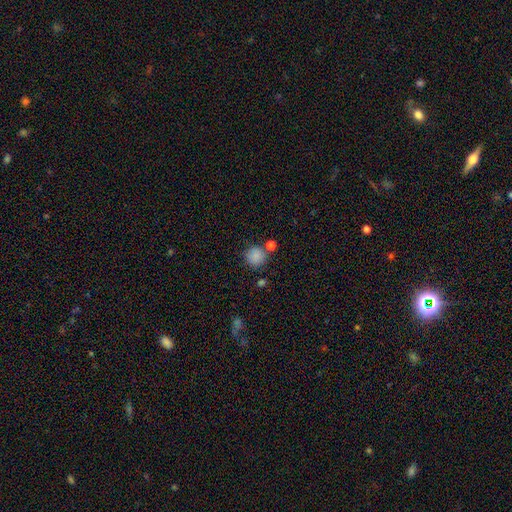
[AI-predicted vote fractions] smooth_or_featured: smooth (p=0.85) [alt: star or artifact p=0.10]
how_rounded: round (p=0.91) [alt: in between p=0.08]
merging: none (p=0.72) [alt: minor disturbance p=0.12]